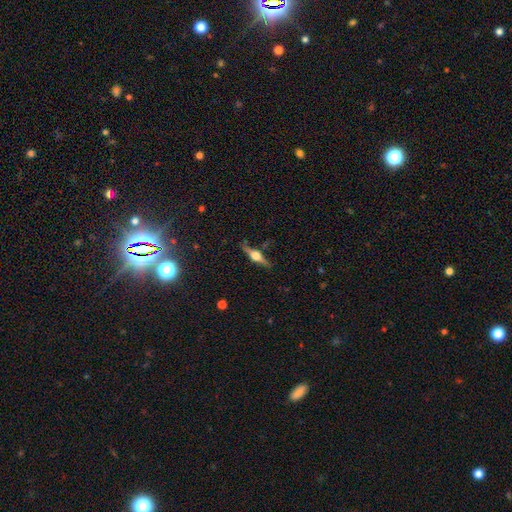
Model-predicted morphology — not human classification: smooth_or_featured: featured or disk (p=0.79) [alt: smooth p=0.14]
disk_edge_on: yes (p=0.98) [alt: no p=0.02]
edge_on_bulge: rounded (p=0.93) [alt: boxy p=0.06]
merging: none (p=0.85) [alt: minor disturbance p=0.10]